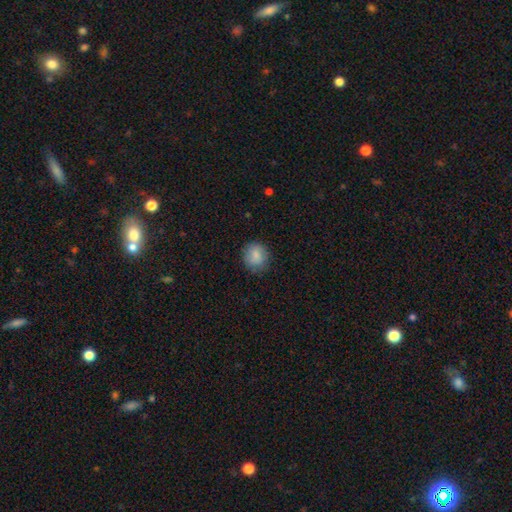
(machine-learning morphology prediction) This is clearly a smooth galaxy (84%). How rounded: clearly round (82%). Merging: clearly none (82%).